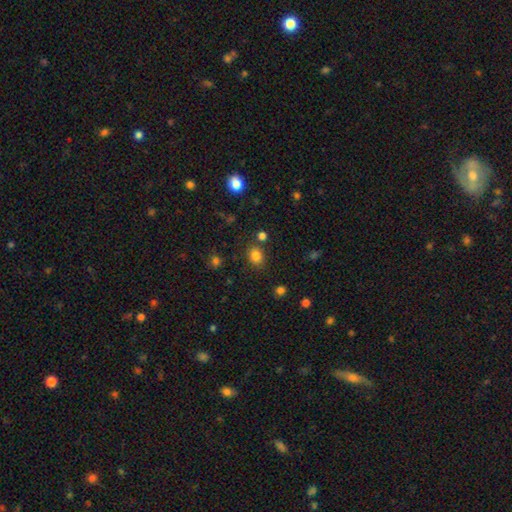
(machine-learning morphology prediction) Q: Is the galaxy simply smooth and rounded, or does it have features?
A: smooth — 82%.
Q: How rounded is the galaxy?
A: in between — 52%.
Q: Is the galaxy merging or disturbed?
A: none — 78%.